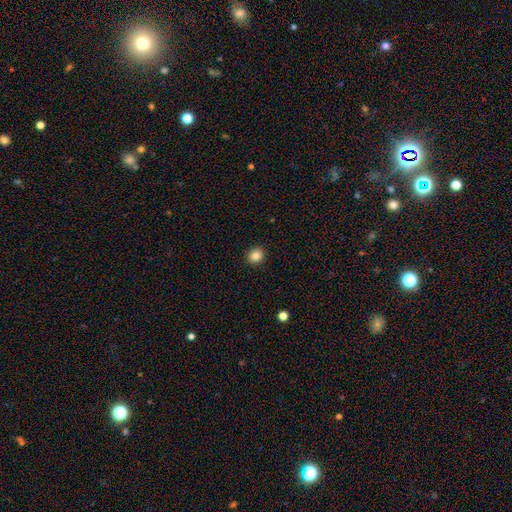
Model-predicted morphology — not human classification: smooth 85%, star or artifact 10%, featured or disk 4%. Down the decision tree: how rounded — round (70%); merging — none (91%).